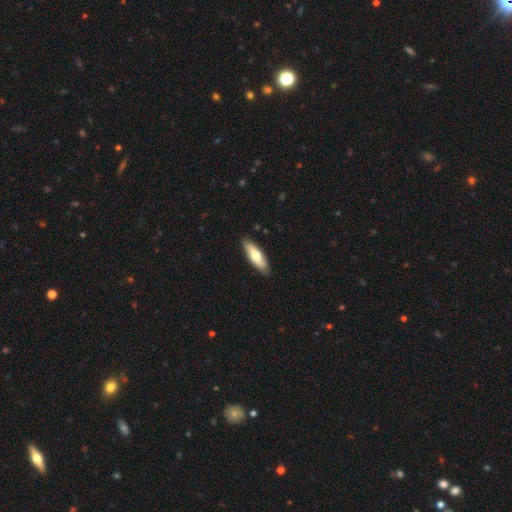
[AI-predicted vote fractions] smooth 62%, featured or disk 33%, star or artifact 5%. Down the decision tree: how rounded — in between (53%); merging — none (88%).